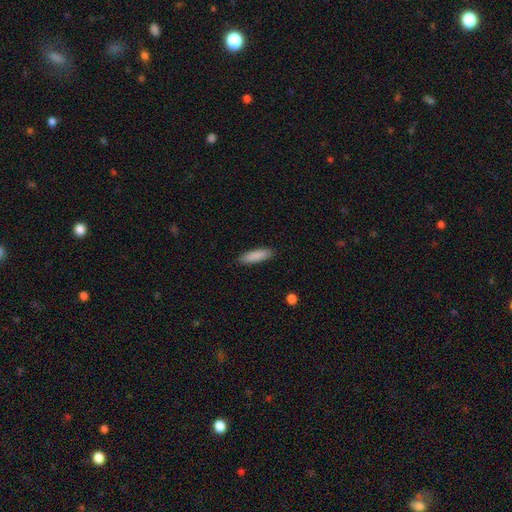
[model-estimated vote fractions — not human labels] This appears to be a smooth galaxy with no disk features (89%) that is cigar-shaped (62%). Merging: none (89%).